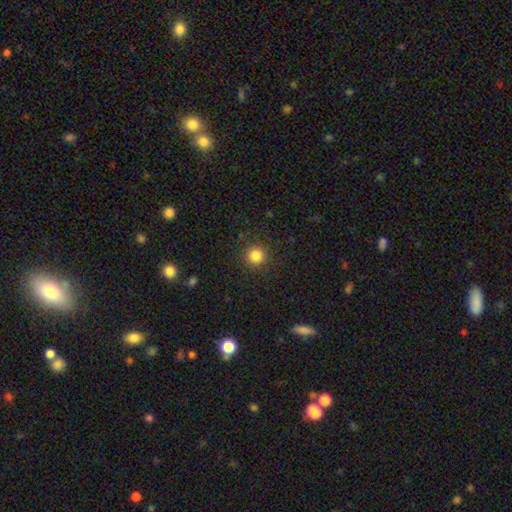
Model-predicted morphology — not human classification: Smooth or featured: smooth — 84% (star or artifact — 12%)
How rounded: round — 95% (in between — 4%)
Merging: none — 91% (minor disturbance — 6%)